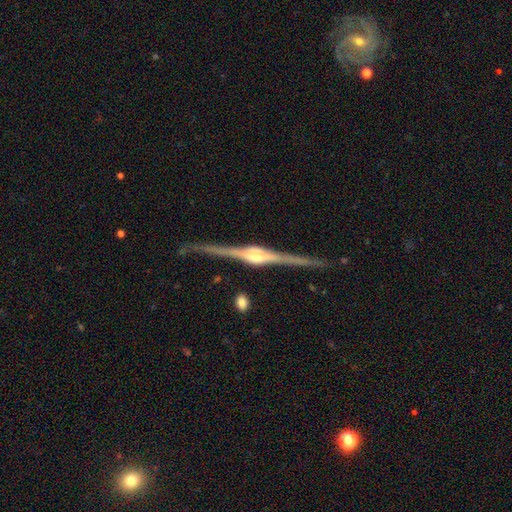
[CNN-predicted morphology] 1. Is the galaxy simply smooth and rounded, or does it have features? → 91% featured or disk, 5% smooth, 4% star or artifact.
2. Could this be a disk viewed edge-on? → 98% yes, 2% no.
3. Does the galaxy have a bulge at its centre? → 86% rounded, 12% boxy, 3% none.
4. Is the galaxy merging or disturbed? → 85% none, 11% minor disturbance, 2% major disturbance, 2% merger.